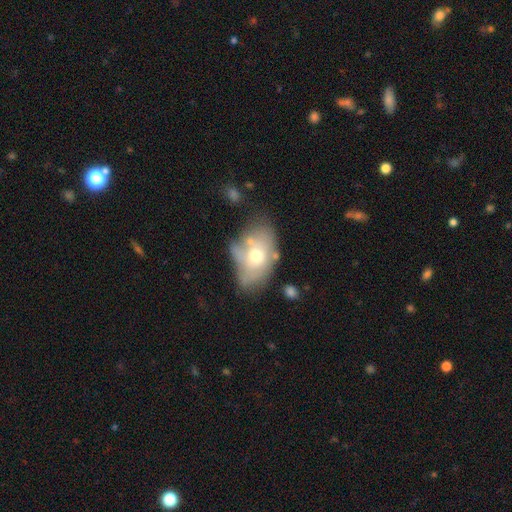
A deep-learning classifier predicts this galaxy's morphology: Smooth or featured? smooth (51%)
How rounded? in between (83%)
Merging? none (38%)